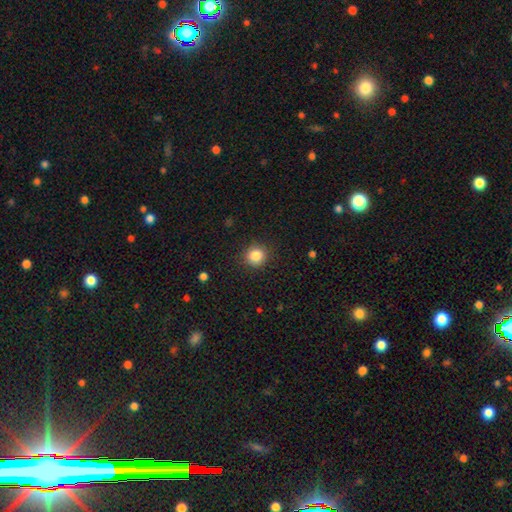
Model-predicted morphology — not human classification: type=smooth (85%); roundness=round (90%); merging=none (90%).